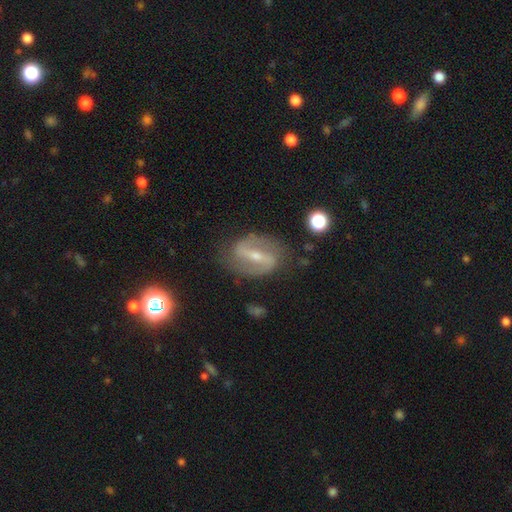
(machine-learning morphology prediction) Smooth or featured?
  - featured or disk: 86% *
  - smooth: 9%
  - star or artifact: 6%
Edge-on disk?
  - no: 95% *
  - yes: 5%
Bar?
  - strong: 65% *
  - weak: 25%
  - no: 10%
Spiral arms?
  - yes: 91% *
  - no: 9%
Spiral winding?
  - medium: 46% *
  - loose: 31%
  - tight: 22%
Spiral arm count?
  - 2: 91% *
  - can't tell: 4%
  - 1: 2%
  - 3: 1%
  - 4: 1%
  - more than 4: 1%
Bulge size?
  - small: 61% *
  - moderate: 35%
  - none: 2%
  - large: 2%
  - dominant: 1%
Merging?
  - none: 80% *
  - minor disturbance: 13%
  - major disturbance: 5%
  - merger: 2%